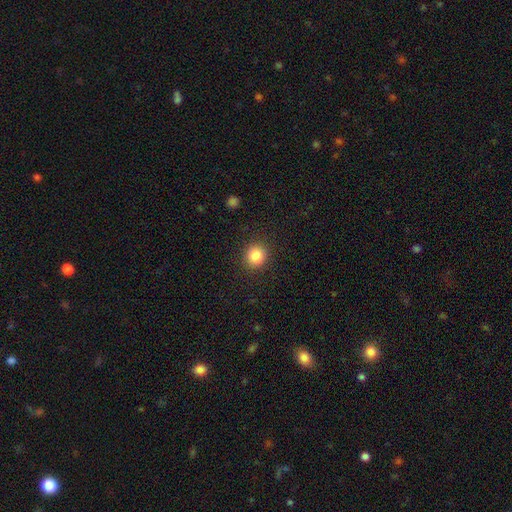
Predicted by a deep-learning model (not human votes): Q: Smooth or featured?
A: smooth (85%); runner-up: star or artifact (10%)
Q: How rounded?
A: round (89%); runner-up: in between (10%)
Q: Merging?
A: none (90%); runner-up: minor disturbance (6%)